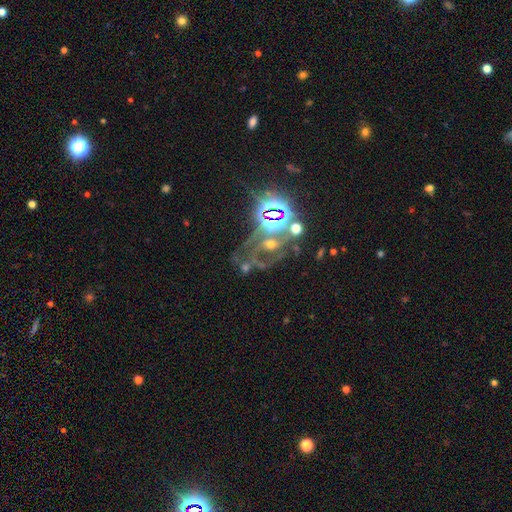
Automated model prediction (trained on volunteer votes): Smooth or featured?
  - star or artifact: 63% *
  - featured or disk: 26%
  - smooth: 11%